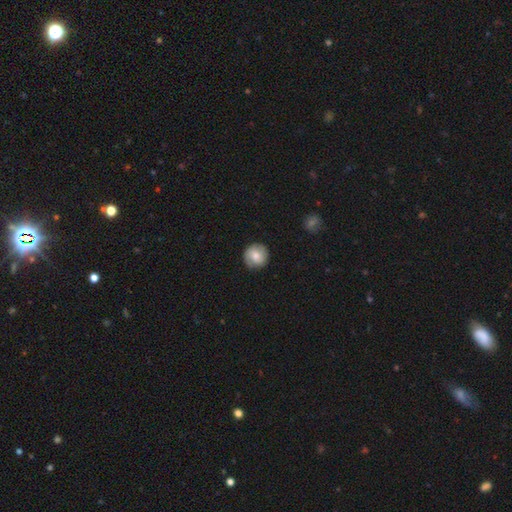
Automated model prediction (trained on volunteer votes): smooth 56%, featured or disk 36%, star or artifact 7%. Down the decision tree: how rounded — round (92%); merging — none (81%).